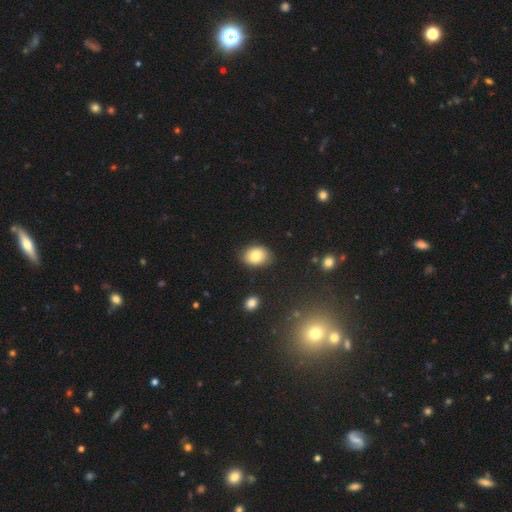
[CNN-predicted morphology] A smooth galaxy with no disk features (81%) that is in between round and cigar-shaped (71%).

Vote fractions:
- Smooth or featured? smooth: 81% / featured or disk: 10% / star or artifact: 8%
- How rounded? in between: 71% / round: 28% / cigar-shaped: 1%
- Merging? none: 83% / minor disturbance: 12% / major disturbance: 3% / merger: 2%